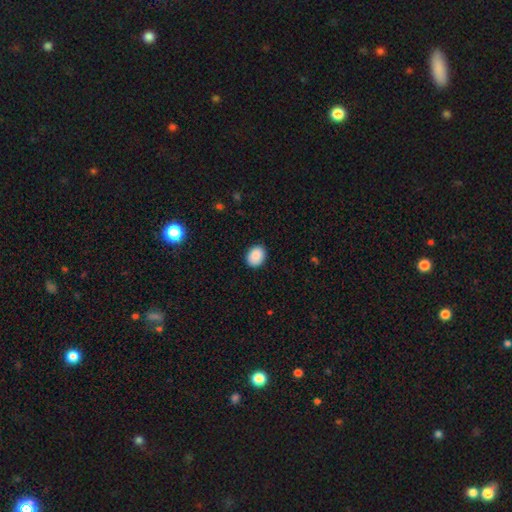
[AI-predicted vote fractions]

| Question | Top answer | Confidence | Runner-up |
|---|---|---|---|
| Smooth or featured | smooth | 88% | star or artifact (8%) |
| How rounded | in between | 52% | round (47%) |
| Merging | none | 88% | minor disturbance (9%) |